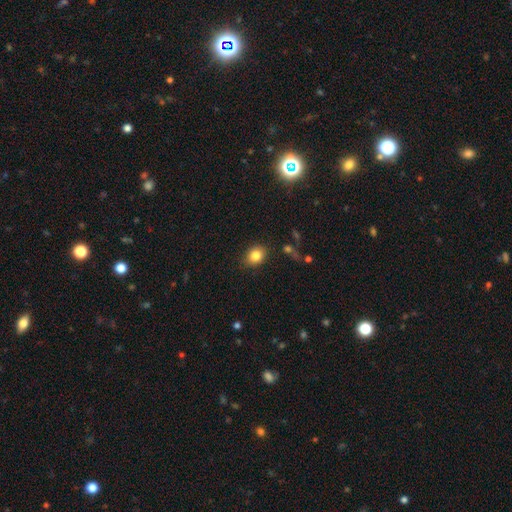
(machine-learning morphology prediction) This appears to be a smooth galaxy with no disk features (84%) that is in between round and cigar-shaped (52%). Merging: none (84%).